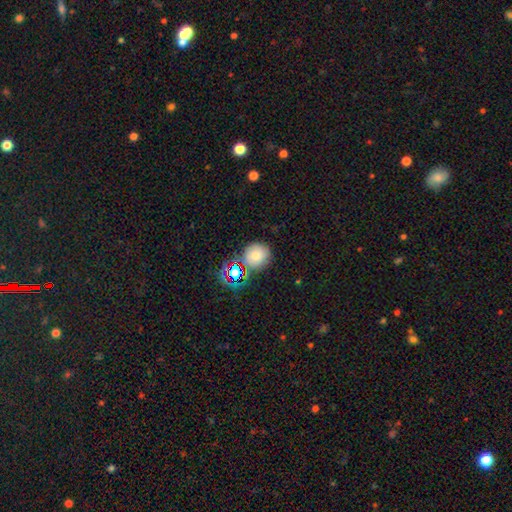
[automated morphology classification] A smooth galaxy with no disk features (70%) that is round (79%).

Vote fractions:
- Smooth or featured? smooth: 70% / star or artifact: 18% / featured or disk: 12%
- How rounded? round: 79% / in between: 20% / cigar-shaped: 1%
- Merging? none: 68% / minor disturbance: 16% / merger: 11% / major disturbance: 5%